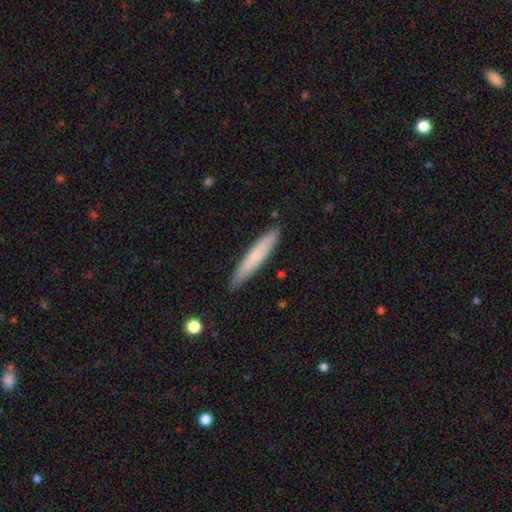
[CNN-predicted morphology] smooth-or-featured: smooth: 70% | featured or disk: 24% | star or artifact: 6%
  how-rounded: cigar-shaped: 93% | in between: 6% | round: 1%
  merging: none: 87% | minor disturbance: 10% | major disturbance: 2% | merger: 1%